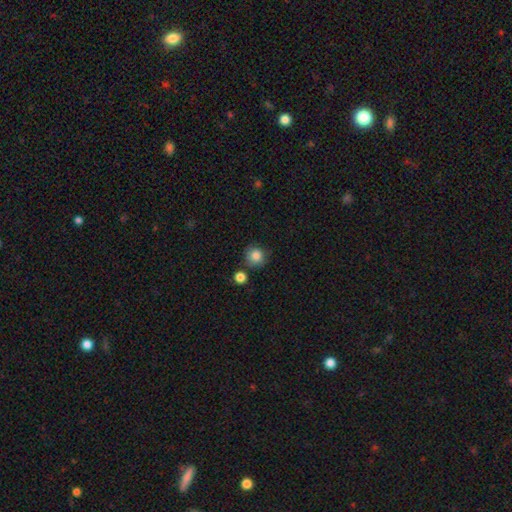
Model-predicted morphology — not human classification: Smooth or featured? Predicted: smooth (p=0.85). How rounded? Predicted: round (p=0.91). Merging? Predicted: none (p=0.77).